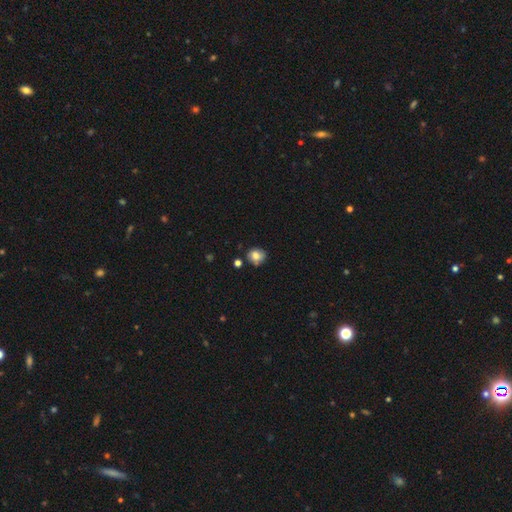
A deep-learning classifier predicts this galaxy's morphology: The model was most divided on "how rounded": round: 75%, in between: 24%, cigar-shaped: 1%. More confident: smooth or featured — smooth (76%); merging — none (72%).